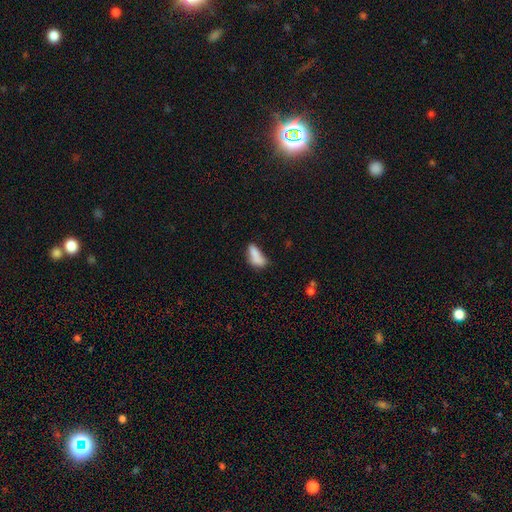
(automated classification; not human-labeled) Morphology: type=smooth (79%); roundness=in between (75%); merging=none (38%).